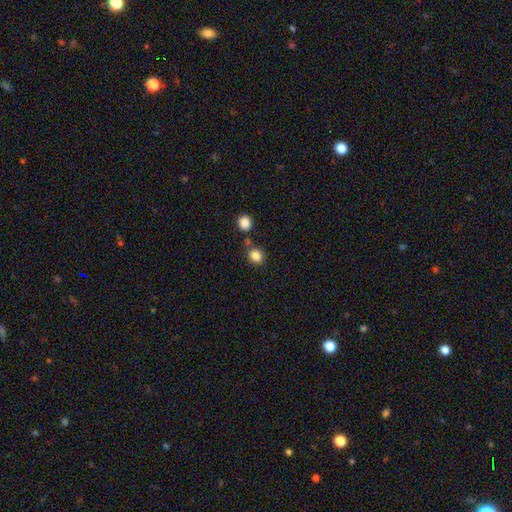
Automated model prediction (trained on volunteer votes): Smooth or featured: smooth — 85% (star or artifact — 11%)
How rounded: round — 71% (in between — 29%)
Merging: none — 75% (merger — 12%)